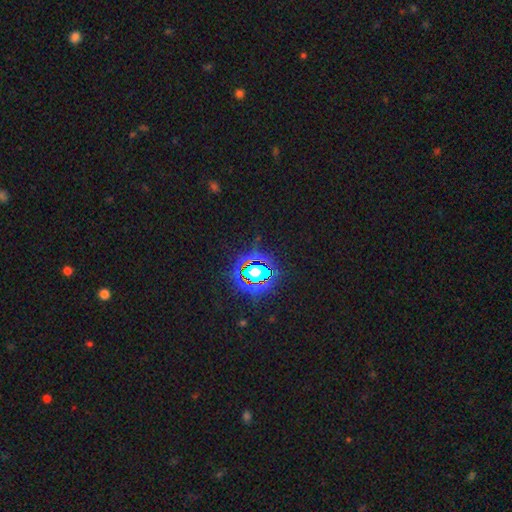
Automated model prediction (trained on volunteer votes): smooth_or_featured: star or artifact (p=0.82) [alt: smooth p=0.11]